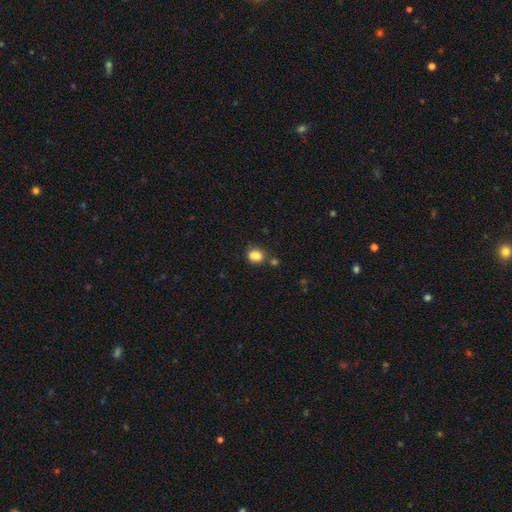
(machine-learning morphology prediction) This is clearly a smooth galaxy (82%). How rounded: possibly round (52%). Merging: likely none (60%).